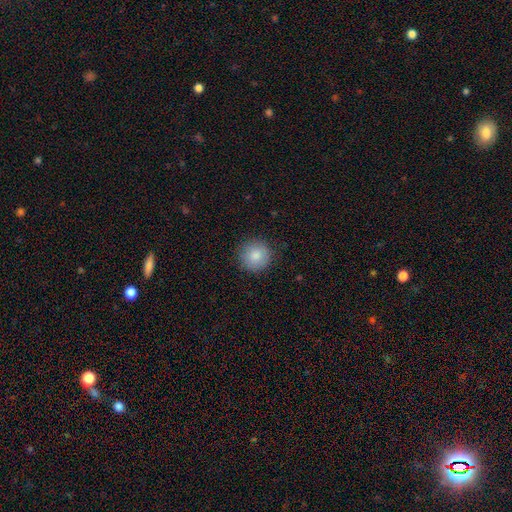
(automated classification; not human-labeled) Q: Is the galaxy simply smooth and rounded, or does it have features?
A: smooth — 85%.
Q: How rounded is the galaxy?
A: round — 95%.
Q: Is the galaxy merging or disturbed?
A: none — 89%.